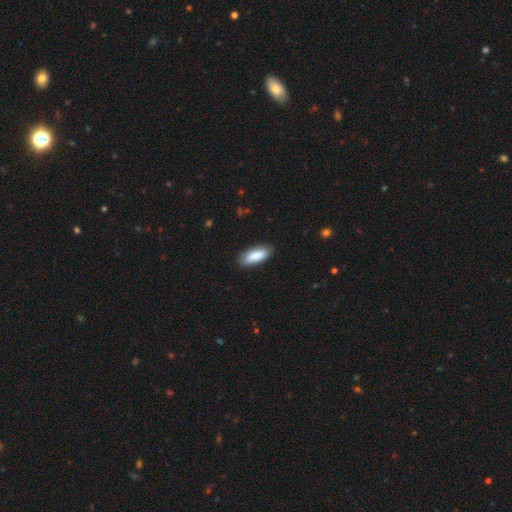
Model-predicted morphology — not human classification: type=smooth (89%); roundness=in between (80%); merging=none (87%).